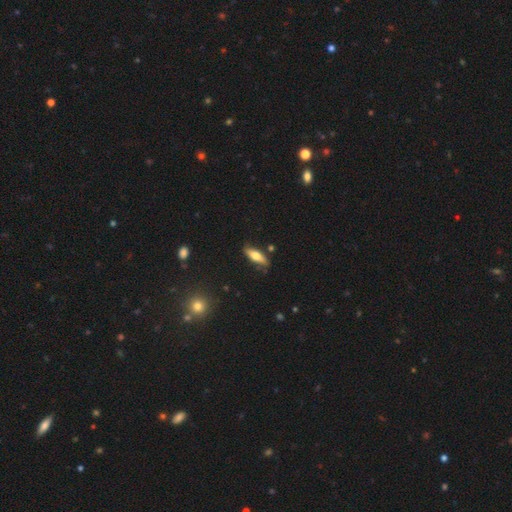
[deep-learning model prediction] Smooth or featured: smooth — 66% (featured or disk — 28%)
How rounded: in between — 55% (cigar-shaped — 43%)
Merging: none — 79% (minor disturbance — 16%)